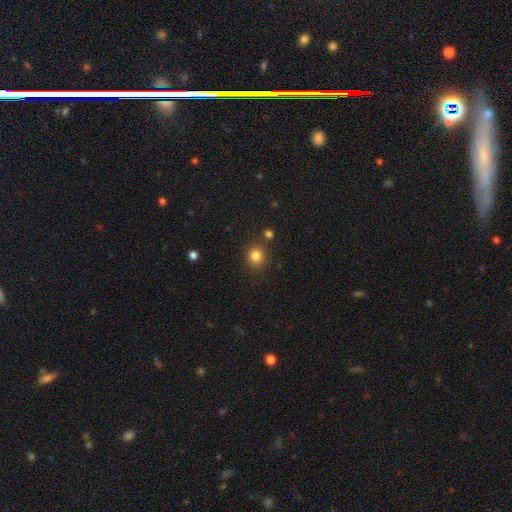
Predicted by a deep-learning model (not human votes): Smooth or featured: smooth — 82% (star or artifact — 13%)
How rounded: round — 82% (in between — 18%)
Merging: none — 80% (minor disturbance — 9%)